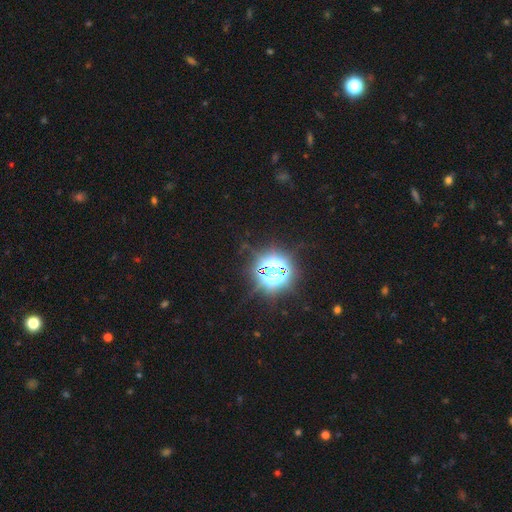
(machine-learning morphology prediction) Smooth or featured: star or artifact — 84% (smooth — 11%)